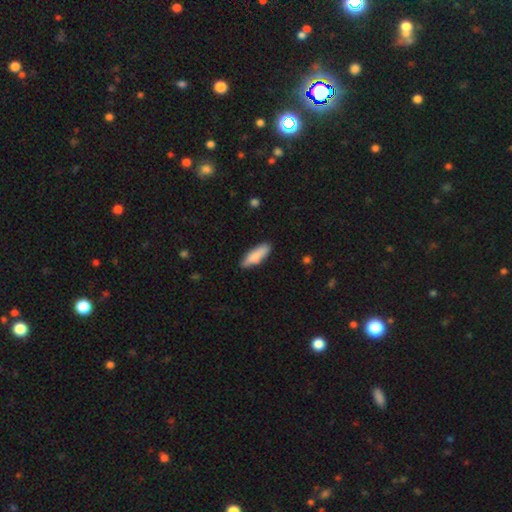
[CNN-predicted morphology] The model was most divided on "how rounded" (2-way tie): cigar-shaped: 49%, in between: 49%, round: 2%. More confident: smooth or featured — smooth (84%); merging — none (82%).